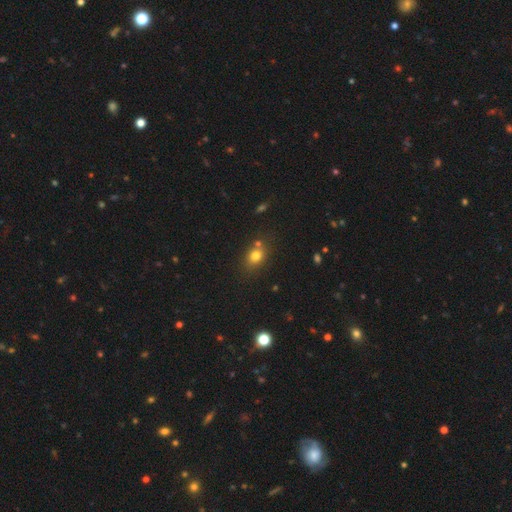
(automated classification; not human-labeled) smooth_or_featured: smooth (p=0.76) [alt: star or artifact p=0.14]
how_rounded: in between (p=0.54) [alt: round p=0.44]
merging: none (p=0.67) [alt: merger p=0.16]